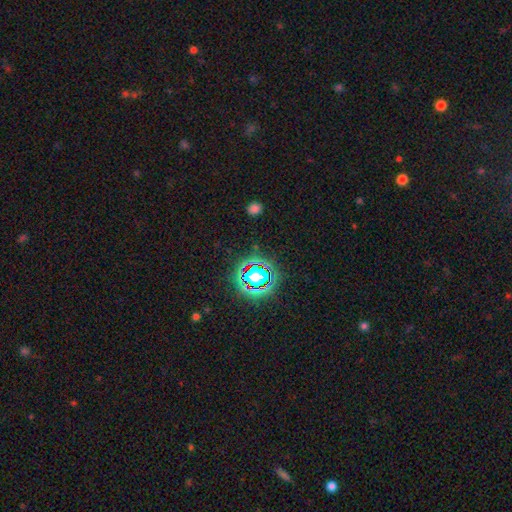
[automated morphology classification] Smooth or featured? Predicted: star or artifact (p=0.77).